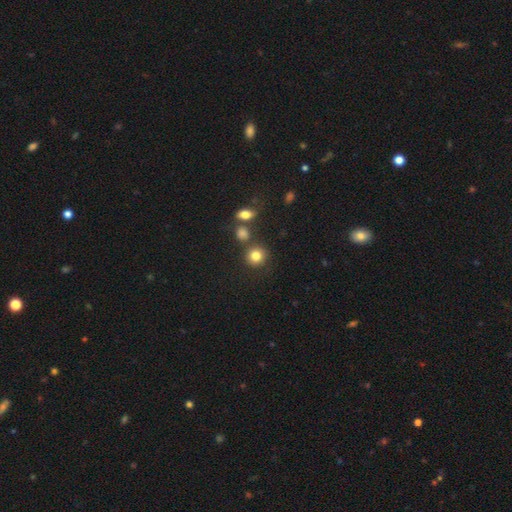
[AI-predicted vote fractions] Smooth or featured?
  - smooth: 82% *
  - star or artifact: 12%
  - featured or disk: 7%
How rounded?
  - round: 87% *
  - in between: 12%
  - cigar-shaped: 1%
Merging?
  - none: 76% *
  - merger: 11%
  - minor disturbance: 10%
  - major disturbance: 4%